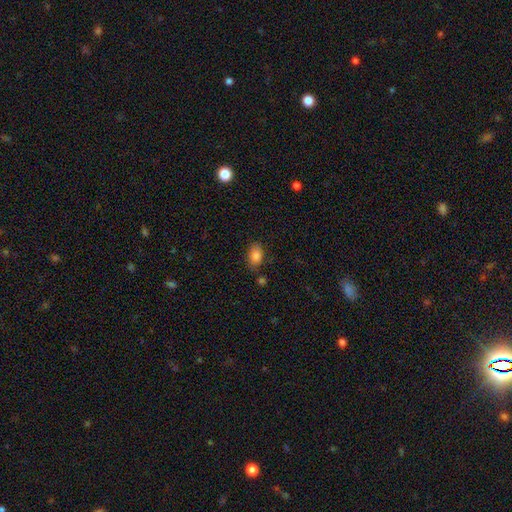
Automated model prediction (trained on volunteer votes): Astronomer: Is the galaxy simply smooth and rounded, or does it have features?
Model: smooth — 85%.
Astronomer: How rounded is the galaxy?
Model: in between — 88%.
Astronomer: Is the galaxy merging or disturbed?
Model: none — 77%.